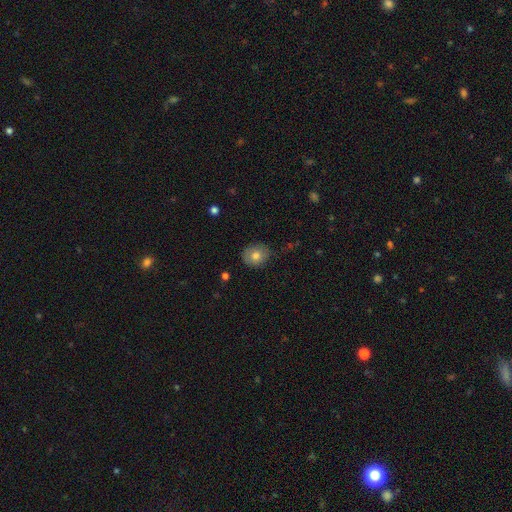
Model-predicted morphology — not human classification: The model was most divided on "how rounded": round: 74%, in between: 25%, cigar-shaped: 1%. More confident: merging — none (78%); smooth or featured — smooth (77%).